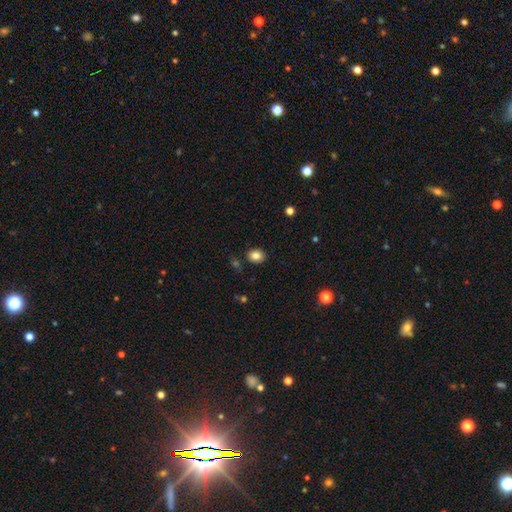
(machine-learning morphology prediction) Smooth or featured: smooth — 84% (star or artifact — 10%)
How rounded: round — 53% (in between — 47%)
Merging: none — 87% (minor disturbance — 9%)